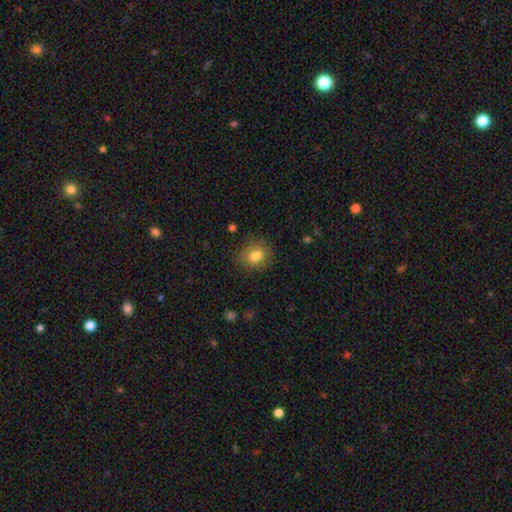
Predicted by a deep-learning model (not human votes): Smooth or featured?
  - smooth: 79% *
  - featured or disk: 12%
  - star or artifact: 9%
How rounded?
  - round: 61% *
  - in between: 38%
  - cigar-shaped: 1%
Merging?
  - none: 78% *
  - minor disturbance: 16%
  - major disturbance: 4%
  - merger: 1%